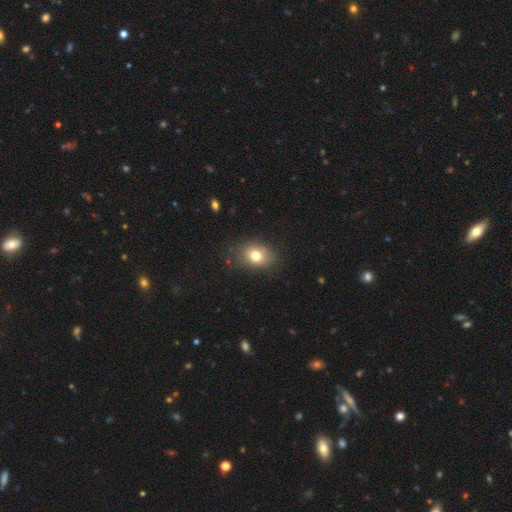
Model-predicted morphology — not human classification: smooth_or_featured: smooth (p=0.76) [alt: featured or disk p=0.13]
how_rounded: in between (p=0.63) [alt: round p=0.36]
merging: none (p=0.81) [alt: minor disturbance p=0.14]